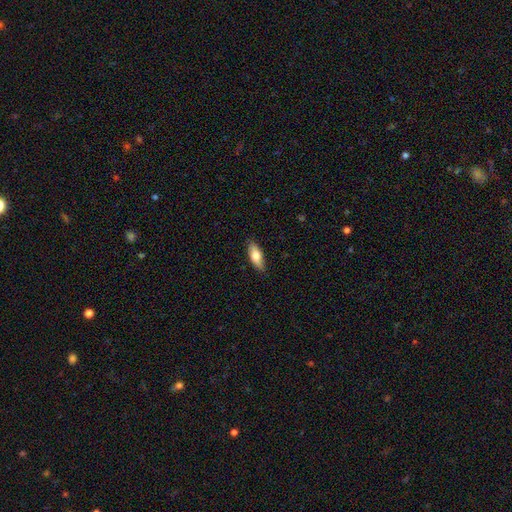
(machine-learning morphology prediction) This is likely a smooth galaxy (75%). How rounded: likely in between (70%). Merging: clearly none (86%).